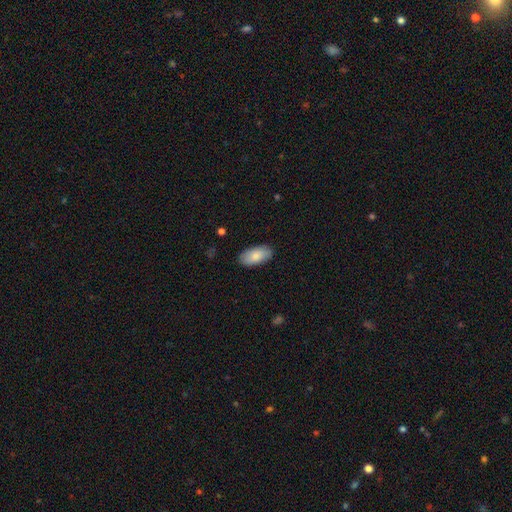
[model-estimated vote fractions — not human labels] A smooth galaxy with no disk features (84%) that is in between round and cigar-shaped (93%).

Vote fractions:
- Smooth or featured? smooth: 84% / featured or disk: 10% / star or artifact: 6%
- How rounded? in between: 93% / cigar-shaped: 5% / round: 2%
- Merging? none: 87% / minor disturbance: 10% / major disturbance: 2% / merger: 1%